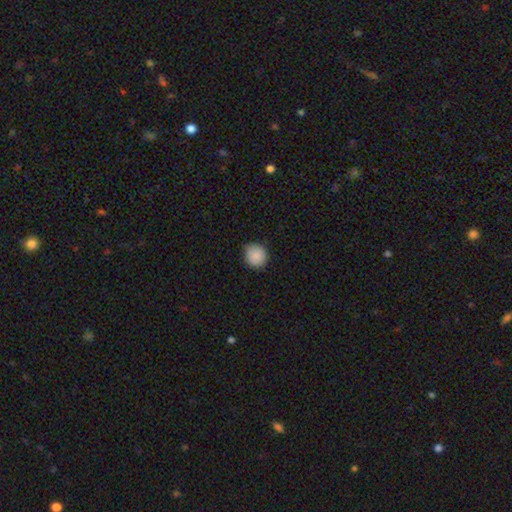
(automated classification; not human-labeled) A smooth galaxy with no disk features (88%) that is round (91%). Merging: none (78%).